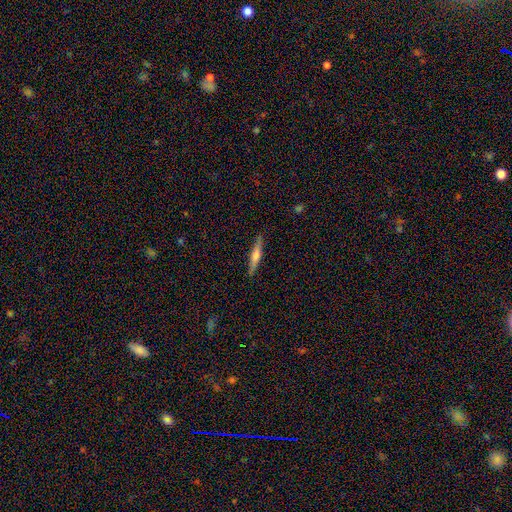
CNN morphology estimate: Overall: featured or disk (58%; smooth 36%). Edge-on disk: yes (97%). Edge-on bulge: rounded (80%). Merging: none (90%).